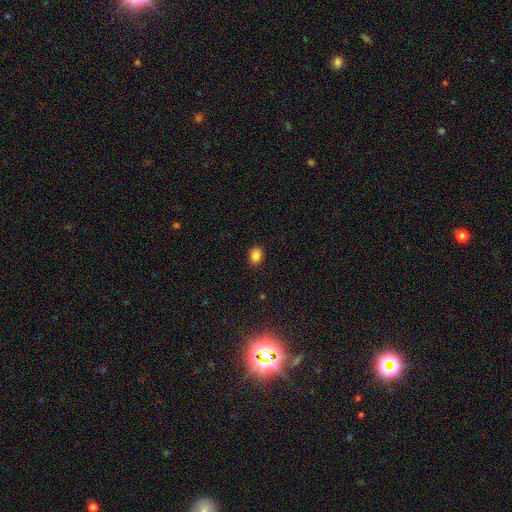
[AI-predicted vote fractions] A smooth galaxy with no disk features (85%) that is in between round and cigar-shaped (58%).

Vote fractions:
- Smooth or featured? smooth: 85% / star or artifact: 11% / featured or disk: 4%
- How rounded? in between: 58% / round: 41% / cigar-shaped: 1%
- Merging? none: 88% / minor disturbance: 9% / major disturbance: 2% / merger: 1%